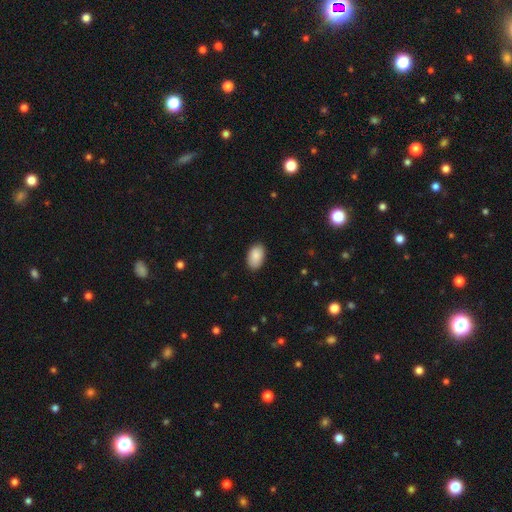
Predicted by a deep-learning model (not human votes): Q: Smooth or featured?
A: smooth (88%); runner-up: star or artifact (7%)
Q: How rounded?
A: in between (93%); runner-up: round (6%)
Q: Merging?
A: none (87%); runner-up: minor disturbance (10%)